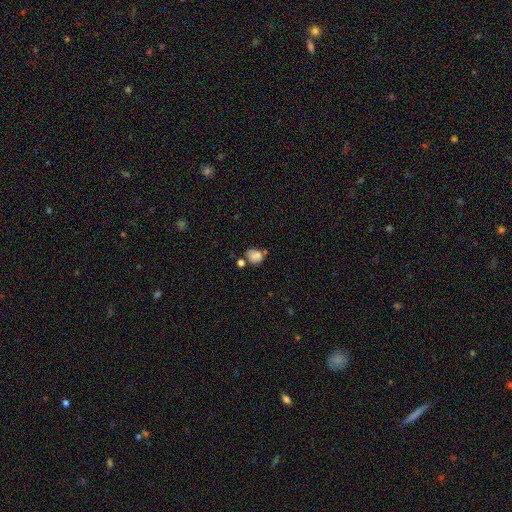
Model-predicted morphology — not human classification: The model was most divided on "how rounded": round: 55%, in between: 44%, cigar-shaped: 1%. Remaining: smooth or featured — smooth (77%); merging — none (45%).